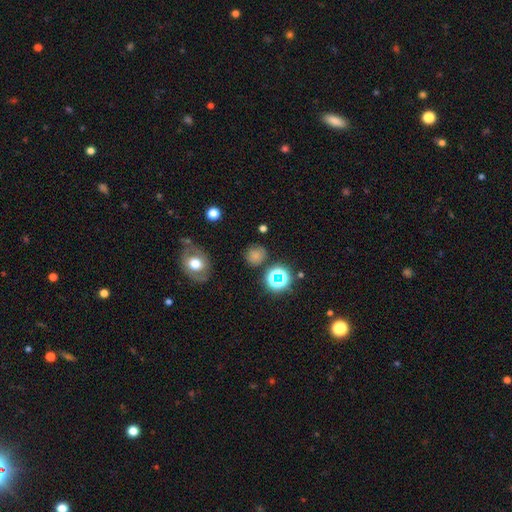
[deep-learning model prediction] Smooth or featured: smooth — 69% (star or artifact — 23%)
How rounded: round — 82% (in between — 17%)
Merging: none — 78% (minor disturbance — 13%)